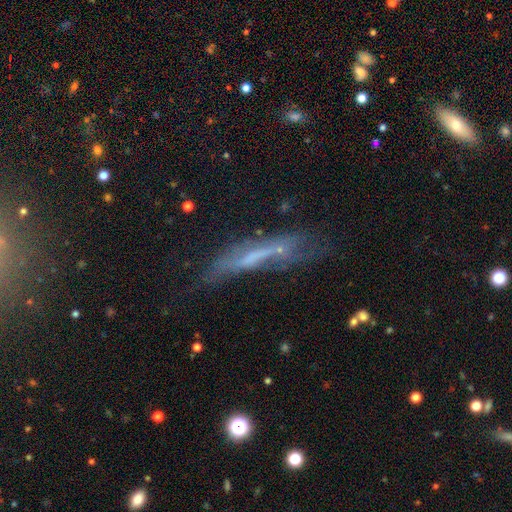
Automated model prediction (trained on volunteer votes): Smooth or featured: featured or disk — 51% (smooth — 36%)
Edge-on disk: yes — 65% (no — 35%)
Merging: none — 52% (minor disturbance — 25%)